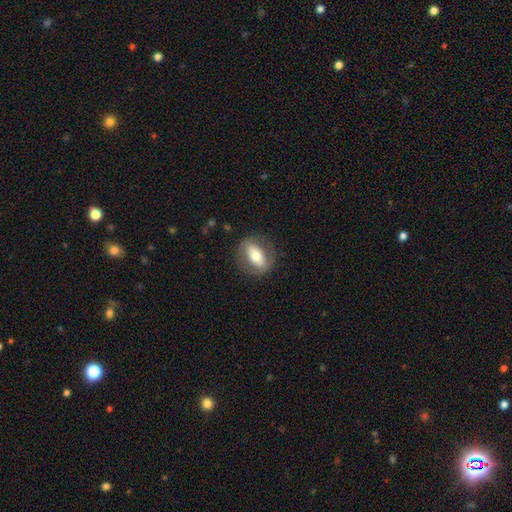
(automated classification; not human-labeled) Q: Smooth or featured?
A: smooth (56%); runner-up: featured or disk (38%)
Q: How rounded?
A: in between (77%); runner-up: round (18%)
Q: Merging?
A: none (80%); runner-up: minor disturbance (13%)